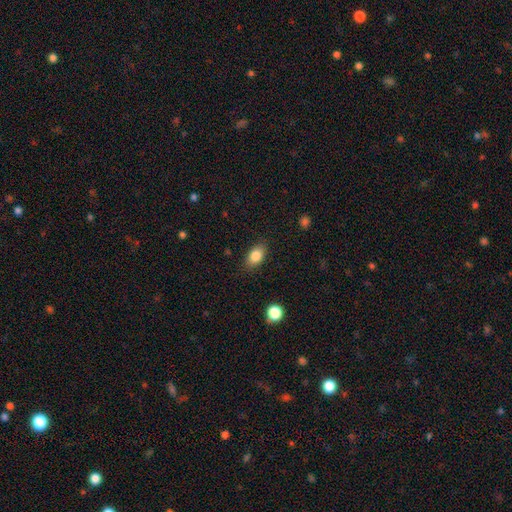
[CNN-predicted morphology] Smooth or featured: smooth — 85% (star or artifact — 8%)
How rounded: in between — 87% (round — 10%)
Merging: none — 84% (minor disturbance — 11%)